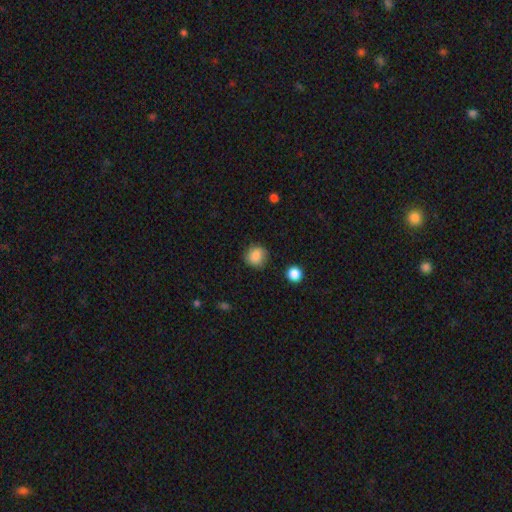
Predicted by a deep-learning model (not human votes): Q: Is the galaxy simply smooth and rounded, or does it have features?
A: smooth — 86%.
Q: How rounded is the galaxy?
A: round — 81%.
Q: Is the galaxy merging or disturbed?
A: none — 82%.